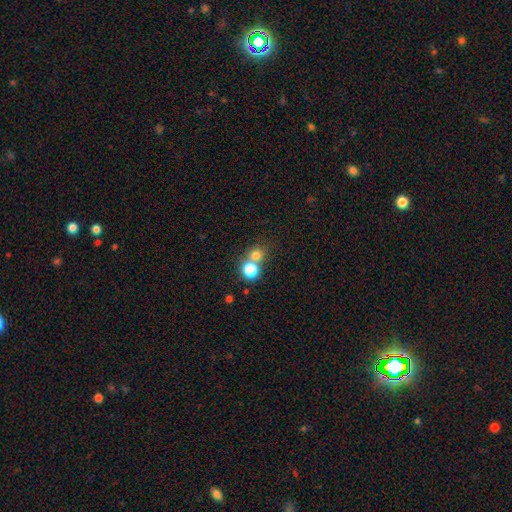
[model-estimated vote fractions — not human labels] This is likely a smooth galaxy (76%). How rounded: clearly round (85%). Merging: possibly merger (46%).